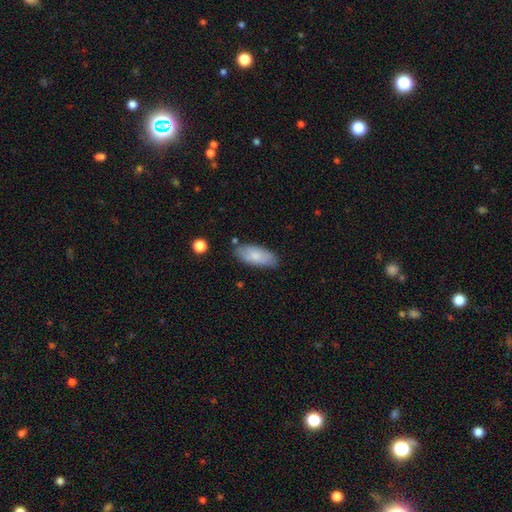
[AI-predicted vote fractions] smooth-or-featured: smooth: 78% | featured or disk: 16% | star or artifact: 6%
  how-rounded: in between: 85% | cigar-shaped: 13% | round: 2%
  merging: none: 77% | minor disturbance: 17% | major disturbance: 3% | merger: 3%